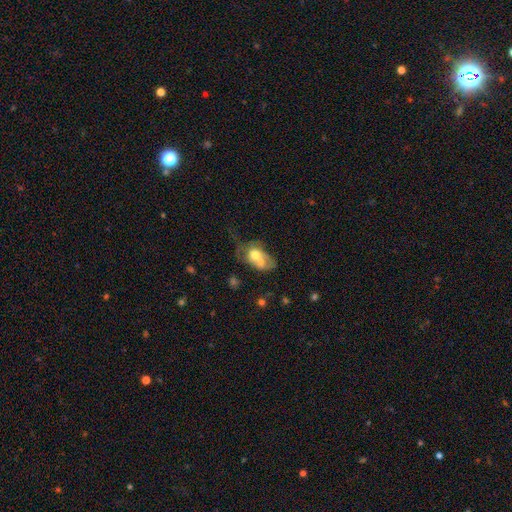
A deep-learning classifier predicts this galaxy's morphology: This appears to be a smooth galaxy with no disk features (58%) that is in between round and cigar-shaped (62%). Merging: merger (65%).